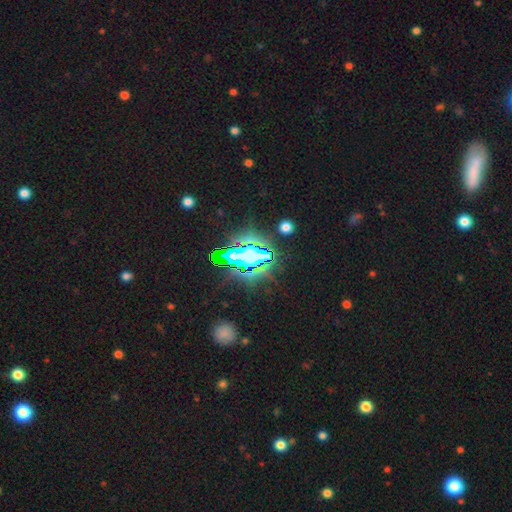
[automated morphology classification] smooth_or_featured: star or artifact (p=0.68) [alt: smooth p=0.18]